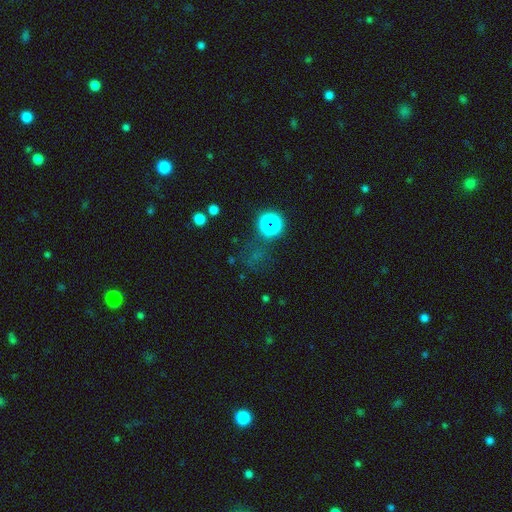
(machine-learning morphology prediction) smooth-or-featured: star or artifact: 58% | smooth: 33% | featured or disk: 10%